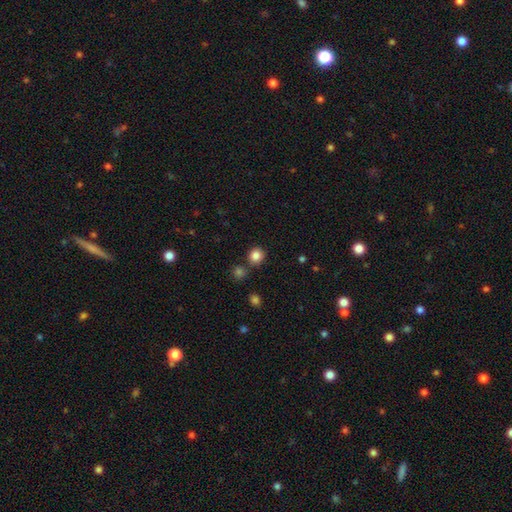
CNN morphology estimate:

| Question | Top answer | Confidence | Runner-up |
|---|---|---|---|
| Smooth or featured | smooth | 84% | star or artifact (11%) |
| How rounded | round | 88% | in between (11%) |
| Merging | none | 79% | merger (10%) |